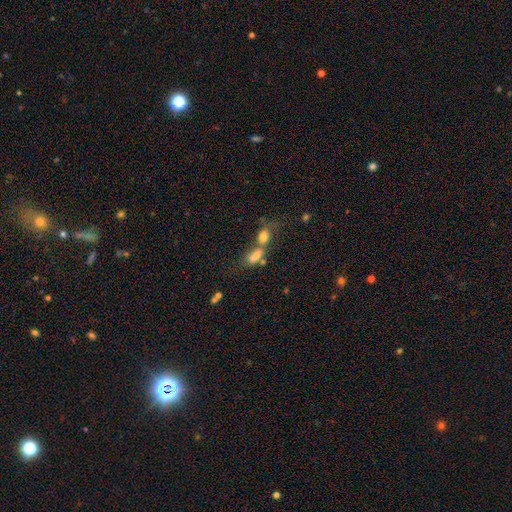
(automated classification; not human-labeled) This appears to be a smooth galaxy with no disk features (72%) that is in between round and cigar-shaped (79%). Merging: merger (66%).